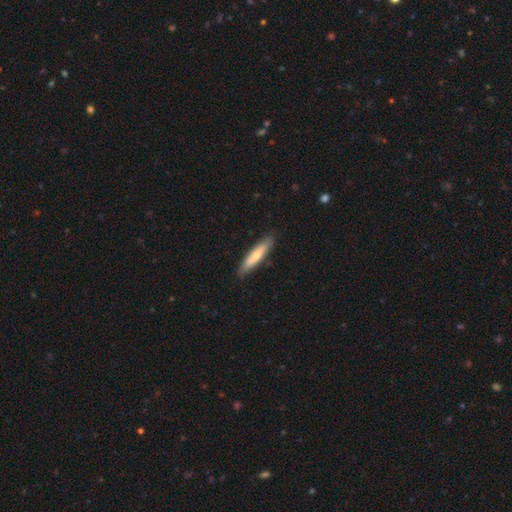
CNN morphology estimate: smooth 67%, featured or disk 28%, star or artifact 5%. Down the decision tree: how rounded — cigar-shaped (87%); merging — none (87%).